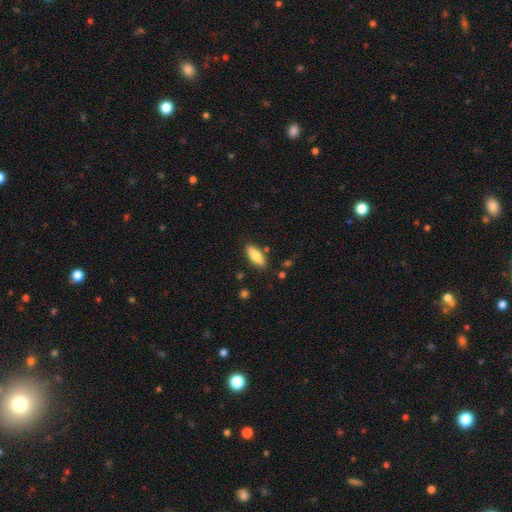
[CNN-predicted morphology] Overall: smooth (81%). How rounded: in between (76%). Merging: none (84%).